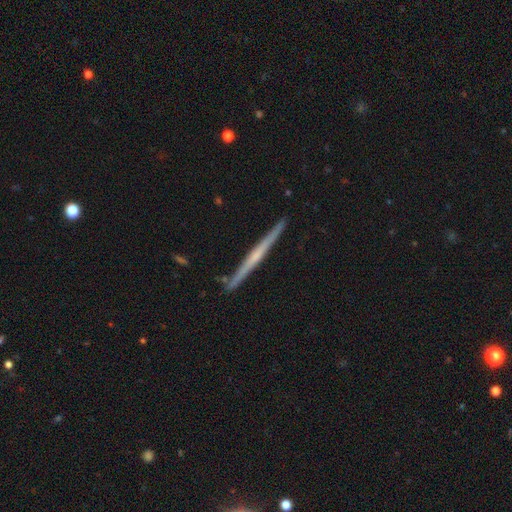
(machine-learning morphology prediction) This appears to be a featured or disk galaxy (73%) viewed edge-on (98%) with no central bulge (49%). Merging: none (90%).